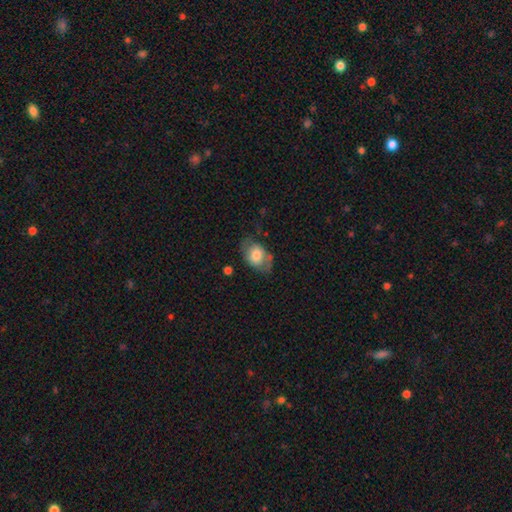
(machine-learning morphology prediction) smooth_or_featured: smooth (p=0.62) [alt: featured or disk p=0.31]
how_rounded: in between (p=0.79) [alt: round p=0.19]
merging: none (p=0.57) [alt: minor disturbance p=0.25]